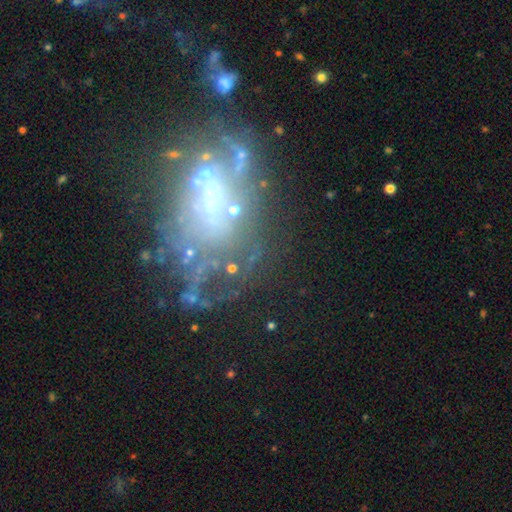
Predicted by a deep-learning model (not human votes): smooth-or-featured: featured or disk: 68% | star or artifact: 16% | smooth: 16%
  disk-edge-on: no: 95% | yes: 5%
    bar: no: 69% | weak: 22% | strong: 9%
    has-spiral-arms: no: 58% | yes: 42%
    bulge-size: none: 37% | small: 35% | moderate: 20% | large: 5% | dominant: 2%
  merging: none: 44% | major disturbance: 28% | minor disturbance: 19% | merger: 8%